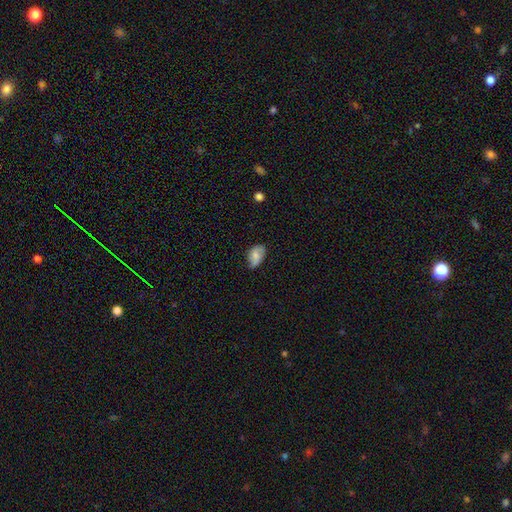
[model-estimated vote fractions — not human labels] Smooth or featured: smooth — 69% (featured or disk — 23%)
How rounded: in between — 89% (round — 9%)
Merging: none — 64% (minor disturbance — 29%)